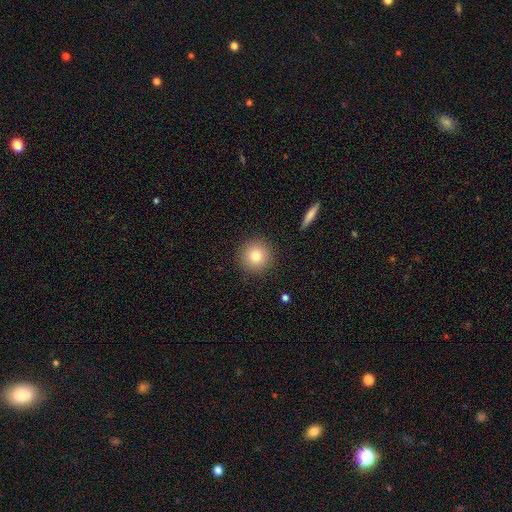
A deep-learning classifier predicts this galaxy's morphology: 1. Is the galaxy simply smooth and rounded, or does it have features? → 80% smooth, 10% star or artifact, 10% featured or disk.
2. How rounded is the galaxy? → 95% round, 4% in between, 1% cigar-shaped.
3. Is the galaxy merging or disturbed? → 90% none, 6% minor disturbance, 2% major disturbance, 1% merger.